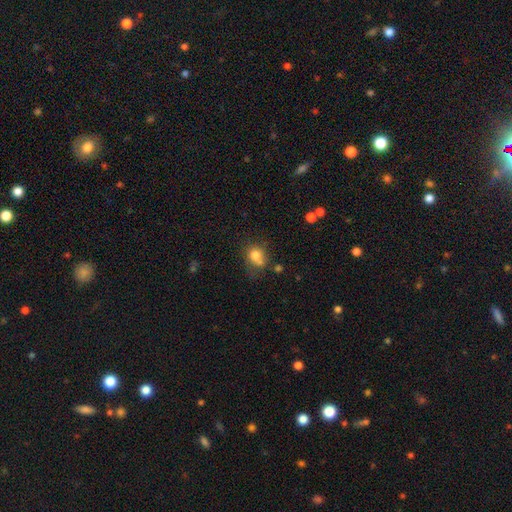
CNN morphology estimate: This appears to be a smooth galaxy with no disk features (77%) that is round (68%). Merging: none (46%).